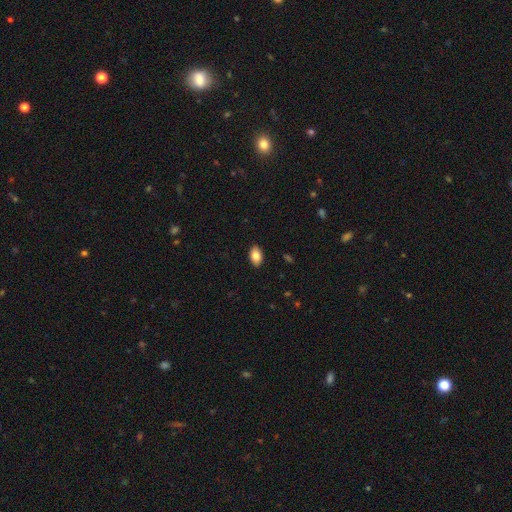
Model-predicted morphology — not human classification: smooth_or_featured: smooth (p=0.84) [alt: featured or disk p=0.08]
how_rounded: in between (p=0.91) [alt: round p=0.08]
merging: none (p=0.90) [alt: minor disturbance p=0.07]